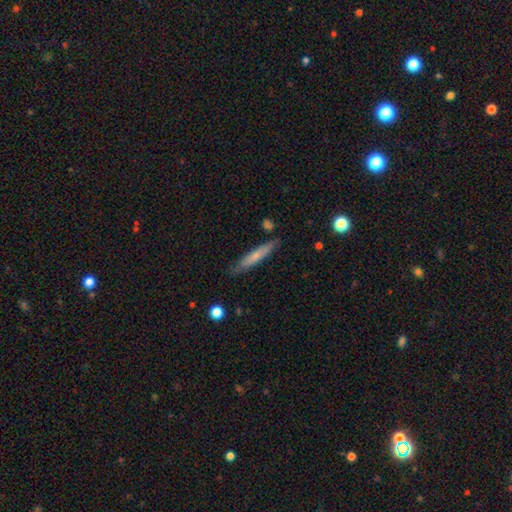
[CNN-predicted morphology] Q: Smooth or featured?
A: smooth (64%); runner-up: featured or disk (30%)
Q: How rounded?
A: cigar-shaped (92%); runner-up: in between (7%)
Q: Merging?
A: none (81%); runner-up: minor disturbance (14%)